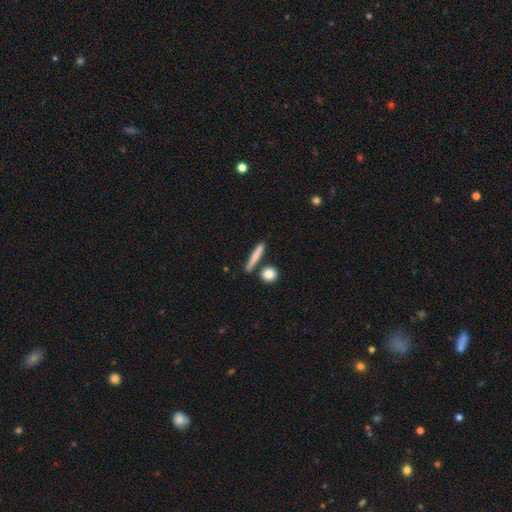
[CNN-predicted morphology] A smooth galaxy with no disk features (71%) that is cigar-shaped (81%).

Vote fractions:
- Smooth or featured? smooth: 71% / featured or disk: 22% / star or artifact: 7%
- How rounded? cigar-shaped: 81% / in between: 11% / round: 8%
- Merging? none: 77% / minor disturbance: 11% / merger: 9% / major disturbance: 3%